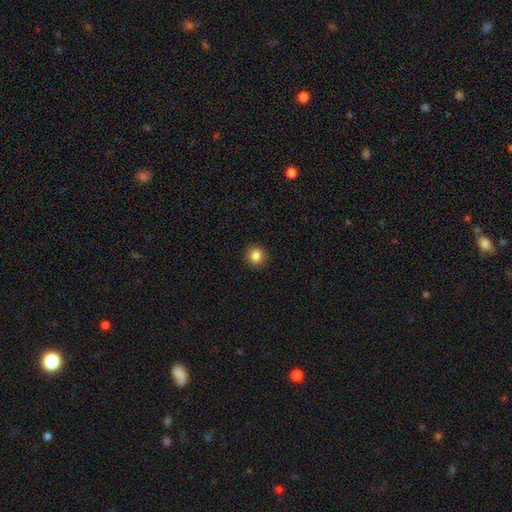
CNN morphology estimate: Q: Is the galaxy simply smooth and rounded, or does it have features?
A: smooth — 85%.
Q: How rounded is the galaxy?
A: round — 90%.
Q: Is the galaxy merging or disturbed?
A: none — 92%.